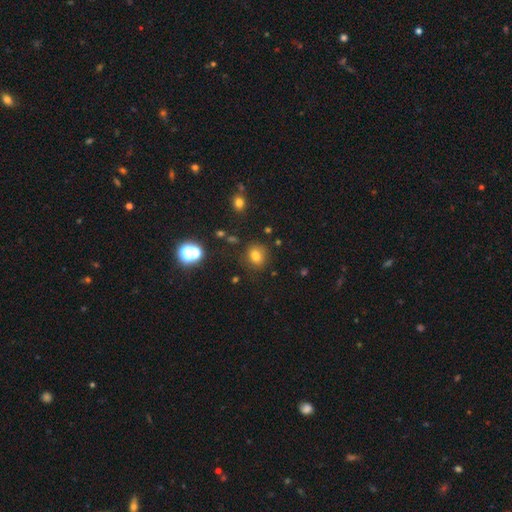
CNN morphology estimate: smooth-or-featured: smooth: 76% | star or artifact: 16% | featured or disk: 8%
  how-rounded: round: 63% | in between: 36% | cigar-shaped: 1%
  merging: none: 81% | minor disturbance: 12% | major disturbance: 4% | merger: 3%